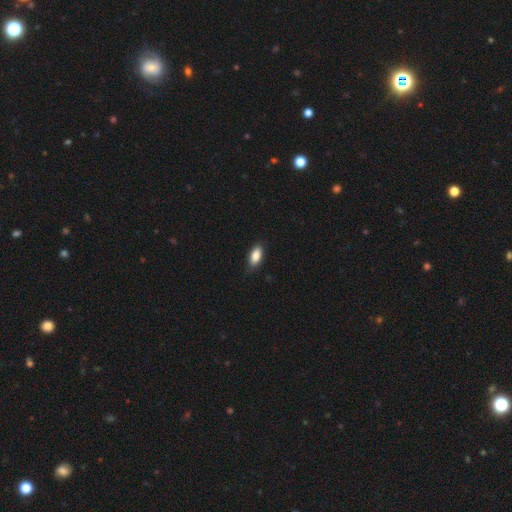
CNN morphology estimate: smooth_or_featured: smooth (p=0.87) [alt: star or artifact p=0.07]
how_rounded: in between (p=0.89) [alt: cigar-shaped p=0.08]
merging: none (p=0.83) [alt: minor disturbance p=0.14]